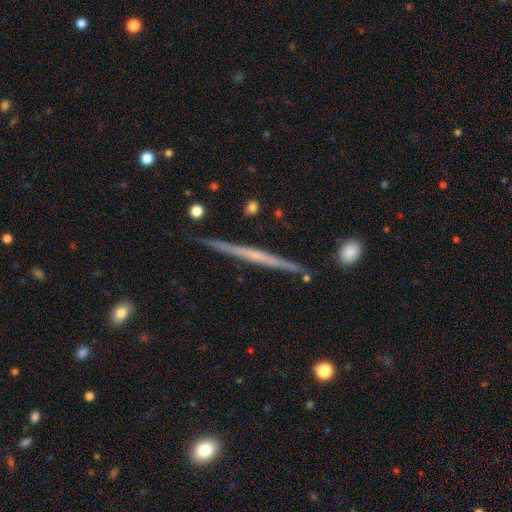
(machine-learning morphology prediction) Smooth or featured? featured or disk (68%)
Edge-on disk? yes (98%)
Edge-on bulge? none (79%)
Merging? none (89%)